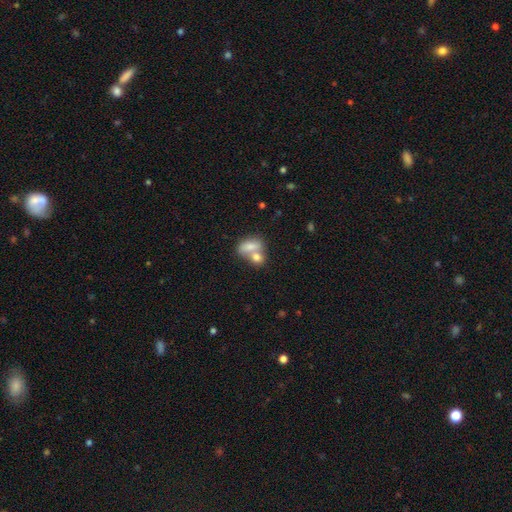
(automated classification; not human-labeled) Smooth or featured?
  - smooth: 72% *
  - featured or disk: 18%
  - star or artifact: 10%
How rounded?
  - in between: 68% *
  - round: 25%
  - cigar-shaped: 7%
Merging?
  - merger: 60% *
  - none: 28%
  - minor disturbance: 8%
  - major disturbance: 4%